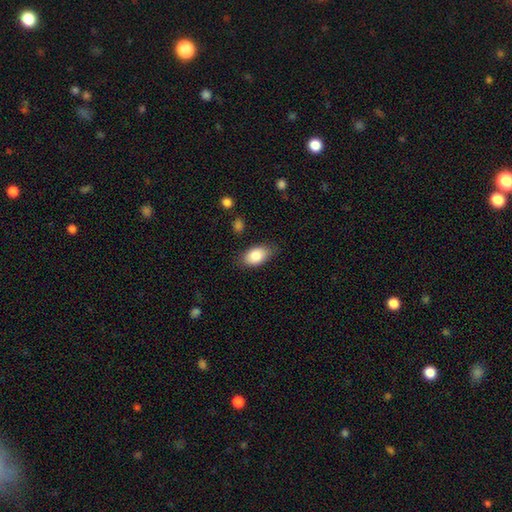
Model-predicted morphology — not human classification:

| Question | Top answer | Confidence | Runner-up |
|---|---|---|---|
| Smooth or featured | smooth | 84% | featured or disk (9%) |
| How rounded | in between | 91% | round (7%) |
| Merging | none | 80% | minor disturbance (15%) |